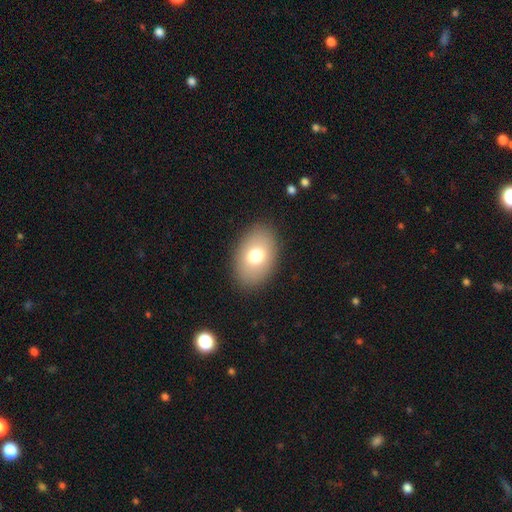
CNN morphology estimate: smooth_or_featured: smooth (p=0.74) [alt: featured or disk p=0.18]
how_rounded: in between (p=0.86) [alt: round p=0.13]
merging: none (p=0.87) [alt: minor disturbance p=0.09]